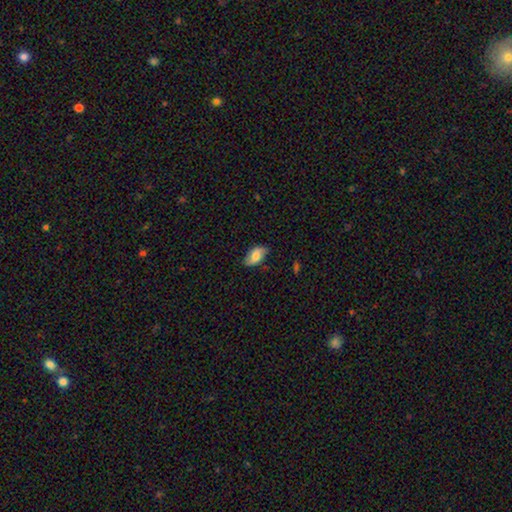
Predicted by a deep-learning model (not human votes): Morphology: type=smooth (64%); roundness=in between (93%); merging=none (78%).